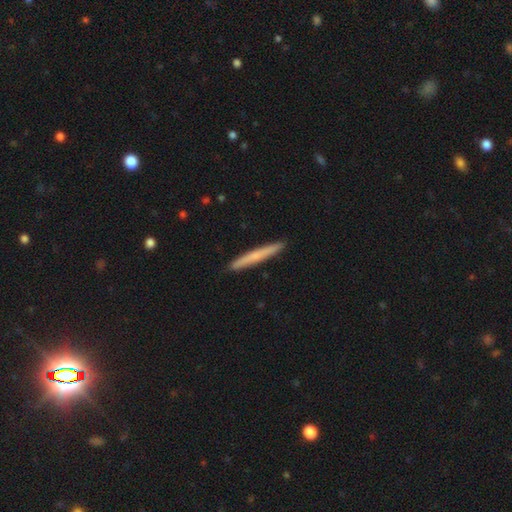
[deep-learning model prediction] A smooth galaxy with no disk features (62%) that is cigar-shaped (97%).

Vote fractions:
- Smooth or featured? smooth: 62% / featured or disk: 33% / star or artifact: 6%
- How rounded? cigar-shaped: 97% / in between: 2% / round: 1%
- Merging? none: 92% / minor disturbance: 6% / major disturbance: 1% / merger: 1%